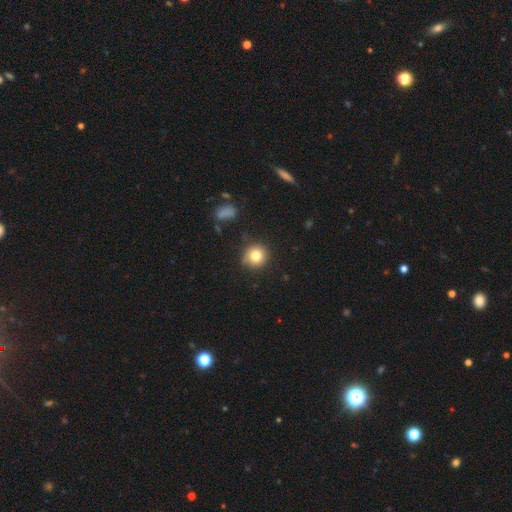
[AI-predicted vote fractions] smooth 81%, star or artifact 11%, featured or disk 8%. Down the decision tree: how rounded — round (91%); merging — none (85%).